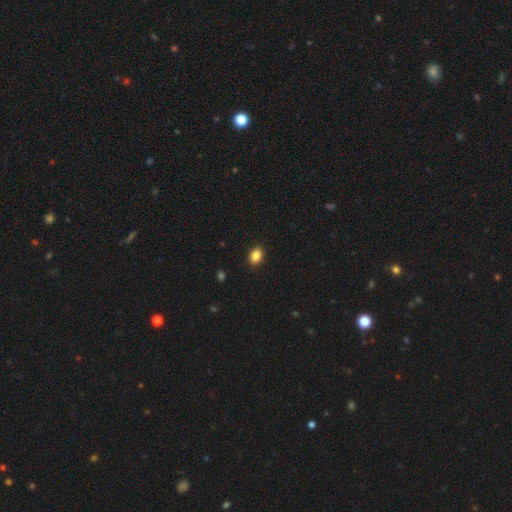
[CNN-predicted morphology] smooth_or_featured: smooth (p=0.87) [alt: star or artifact p=0.09]
how_rounded: in between (p=0.75) [alt: round p=0.24]
merging: none (p=0.90) [alt: minor disturbance p=0.07]